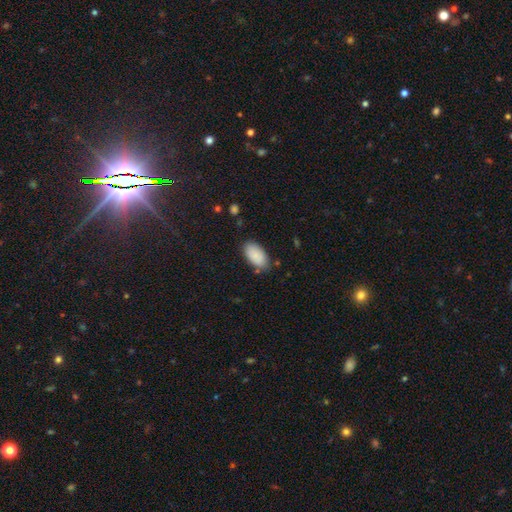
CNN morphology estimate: smooth_or_featured: smooth (p=0.88) [alt: star or artifact p=0.06]
how_rounded: in between (p=0.95) [alt: round p=0.02]
merging: none (p=0.80) [alt: minor disturbance p=0.14]